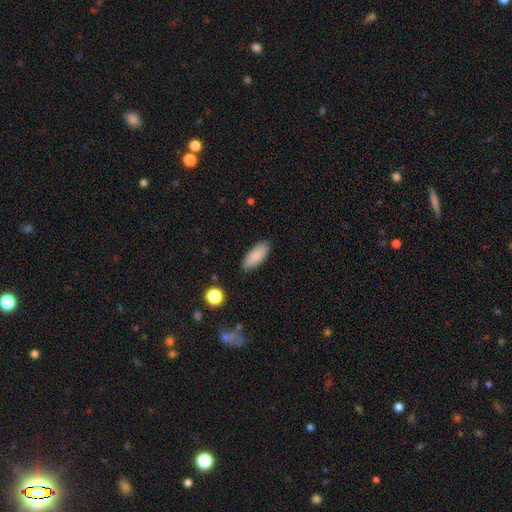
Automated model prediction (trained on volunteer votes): A smooth galaxy with no disk features (87%) that is in between round and cigar-shaped (80%).

Vote fractions:
- Smooth or featured? smooth: 87% / star or artifact: 7% / featured or disk: 6%
- How rounded? in between: 80% / cigar-shaped: 18% / round: 2%
- Merging? none: 87% / minor disturbance: 10% / major disturbance: 2% / merger: 1%